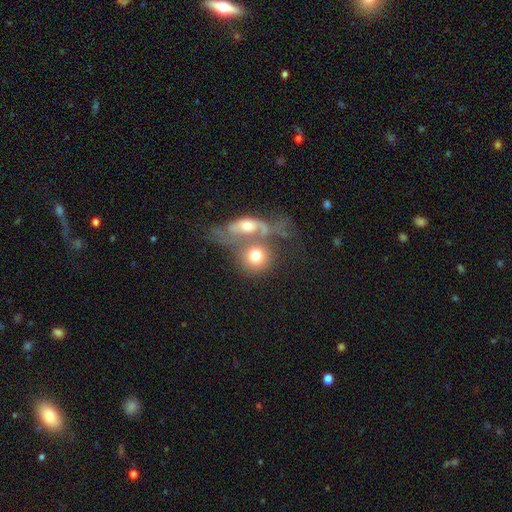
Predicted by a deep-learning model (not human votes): Overall: smooth (65%; featured or disk 26%). How rounded: round (72%). Merging: merger (57%; none 24%).